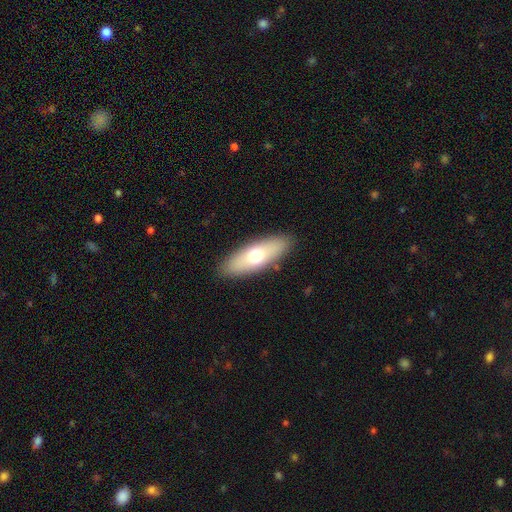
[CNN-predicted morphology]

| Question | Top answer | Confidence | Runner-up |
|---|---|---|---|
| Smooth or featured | smooth | 65% | featured or disk (28%) |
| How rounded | in between | 66% | cigar-shaped (32%) |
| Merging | none | 88% | minor disturbance (9%) |